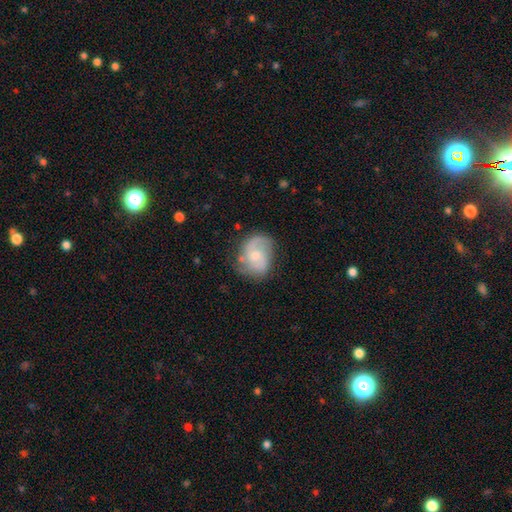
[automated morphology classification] smooth_or_featured: featured or disk (p=0.69) [alt: smooth p=0.24]
disk_edge_on: no (p=0.97) [alt: yes p=0.03]
bar: no (p=0.64) [alt: weak p=0.32]
has_spiral_arms: yes (p=0.90) [alt: no p=0.10]
spiral_winding: medium (p=0.45) [alt: loose p=0.32]
spiral_arm_count: 2 (p=0.73) [alt: can't tell p=0.11]
bulge_size: small (p=0.49) [alt: moderate p=0.46]
merging: none (p=0.64) [alt: minor disturbance p=0.24]